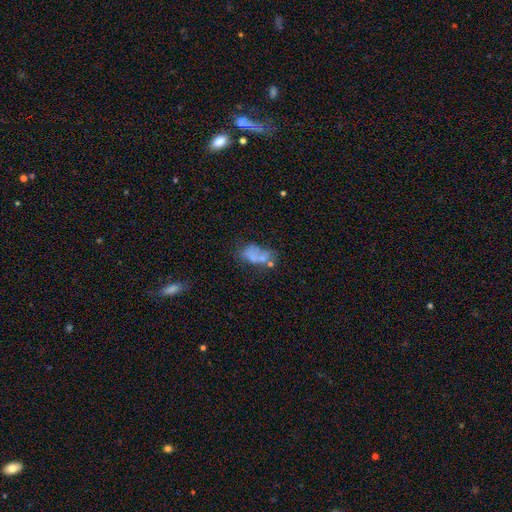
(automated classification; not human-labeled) Overall: smooth (54%; featured or disk 32%). How rounded: in between (86%). Merging: merger (30%; none 29%).